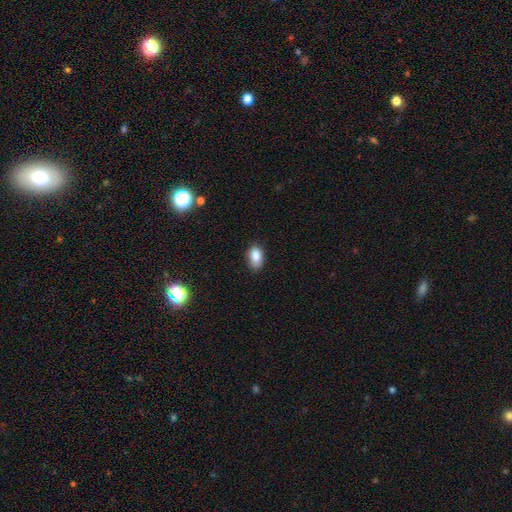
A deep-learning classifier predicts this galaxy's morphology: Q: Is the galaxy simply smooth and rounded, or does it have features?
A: smooth — 86%.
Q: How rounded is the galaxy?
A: in between — 90%.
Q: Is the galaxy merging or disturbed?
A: none — 75%.